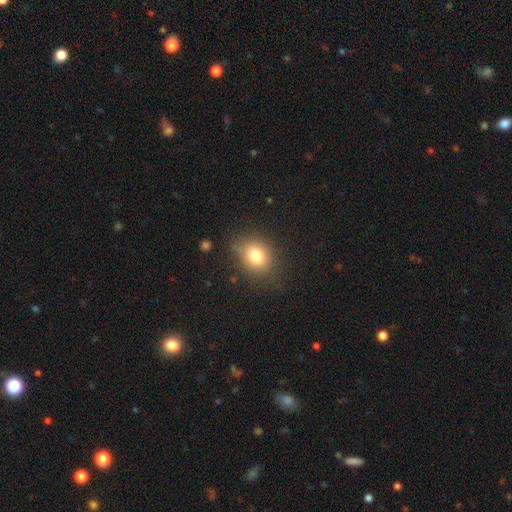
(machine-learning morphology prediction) A smooth galaxy with no disk features (78%) that is round (53%).

Vote fractions:
- Smooth or featured? smooth: 78% / star or artifact: 12% / featured or disk: 10%
- How rounded? round: 53% / in between: 46% / cigar-shaped: 1%
- Merging? none: 78% / minor disturbance: 15% / major disturbance: 5% / merger: 2%